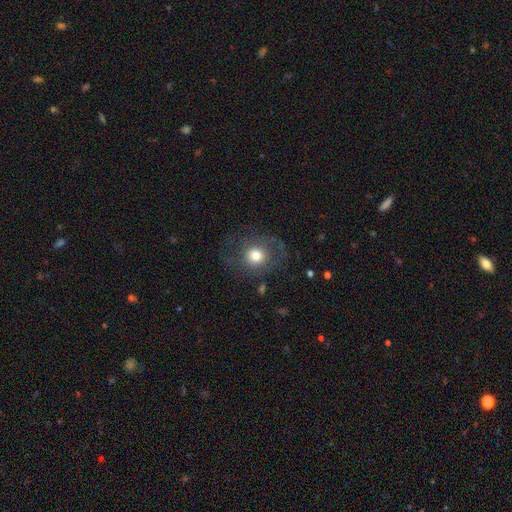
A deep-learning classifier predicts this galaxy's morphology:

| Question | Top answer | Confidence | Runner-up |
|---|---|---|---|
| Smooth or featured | smooth | 69% | featured or disk (20%) |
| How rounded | round | 80% | in between (19%) |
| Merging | none | 68% | minor disturbance (16%) |